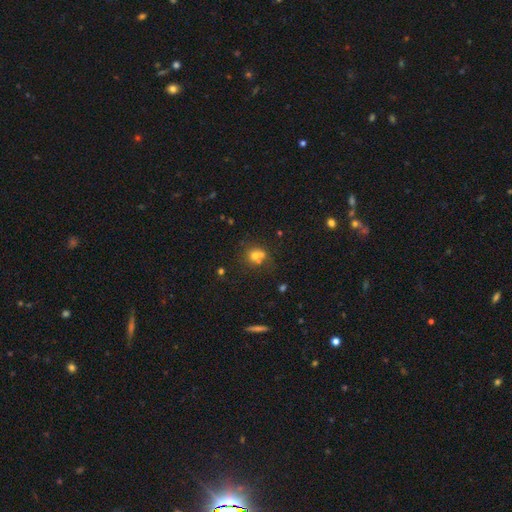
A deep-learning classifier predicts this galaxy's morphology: A smooth galaxy with no disk features (65%) that is round (77%).

Vote fractions:
- Smooth or featured? smooth: 65% / featured or disk: 18% / star or artifact: 17%
- How rounded? round: 77% / in between: 22% / cigar-shaped: 1%
- Merging? merger: 46% / none: 39% / minor disturbance: 10% / major disturbance: 5%